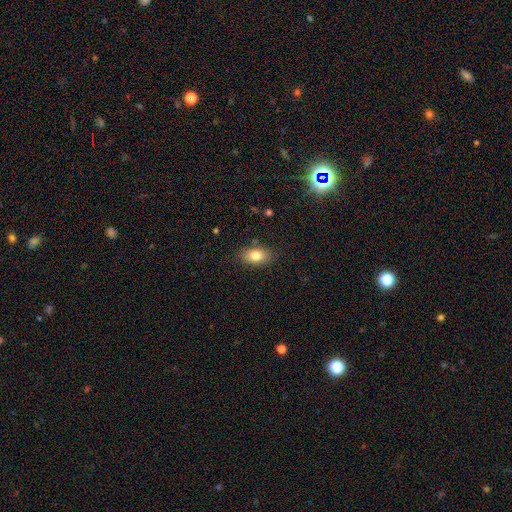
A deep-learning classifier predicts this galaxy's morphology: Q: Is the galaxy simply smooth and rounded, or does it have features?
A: smooth — 81%.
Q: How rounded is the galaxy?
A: in between — 86%.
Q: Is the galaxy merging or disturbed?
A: none — 84%.